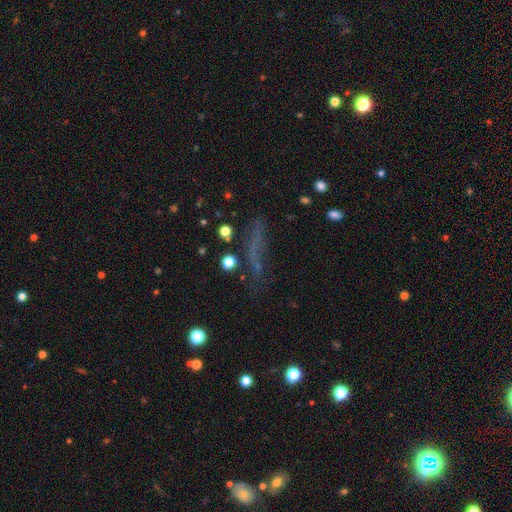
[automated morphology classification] Q: Smooth or featured?
A: smooth (46%); runner-up: star or artifact (27%)
Q: Merging?
A: none (58%); runner-up: minor disturbance (19%)